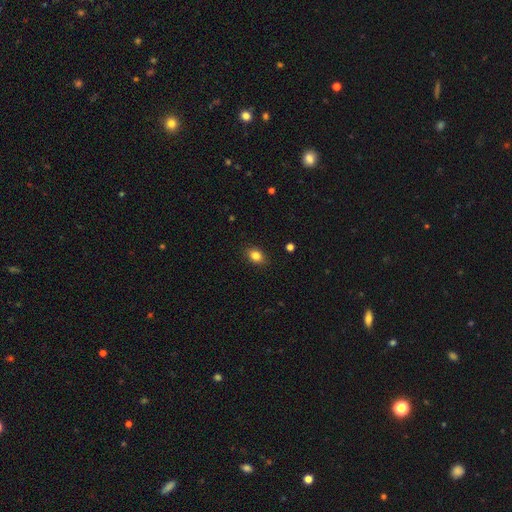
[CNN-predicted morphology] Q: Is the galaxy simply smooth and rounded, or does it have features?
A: smooth — 83%.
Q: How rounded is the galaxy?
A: in between — 63%.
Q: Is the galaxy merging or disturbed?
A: none — 88%.